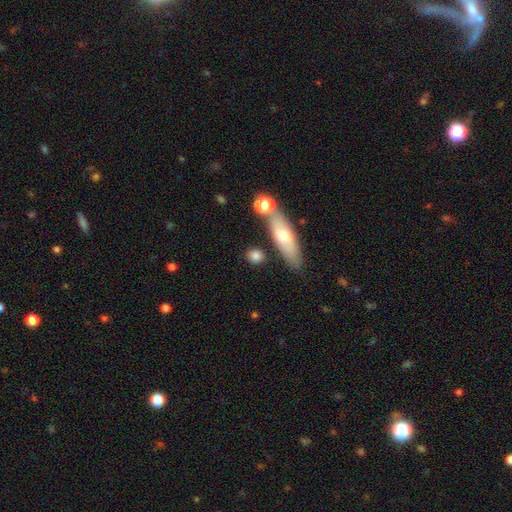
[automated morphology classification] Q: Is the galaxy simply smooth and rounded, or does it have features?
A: smooth — 78%.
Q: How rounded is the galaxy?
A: round — 51%.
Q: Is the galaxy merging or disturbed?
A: none — 75%.